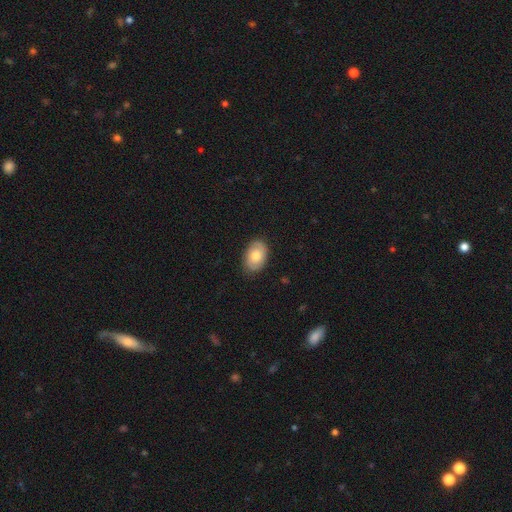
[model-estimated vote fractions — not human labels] Smooth or featured?
  - smooth: 65% *
  - featured or disk: 29%
  - star or artifact: 6%
How rounded?
  - in between: 85% *
  - round: 14%
  - cigar-shaped: 1%
Merging?
  - none: 83% *
  - minor disturbance: 13%
  - major disturbance: 3%
  - merger: 1%